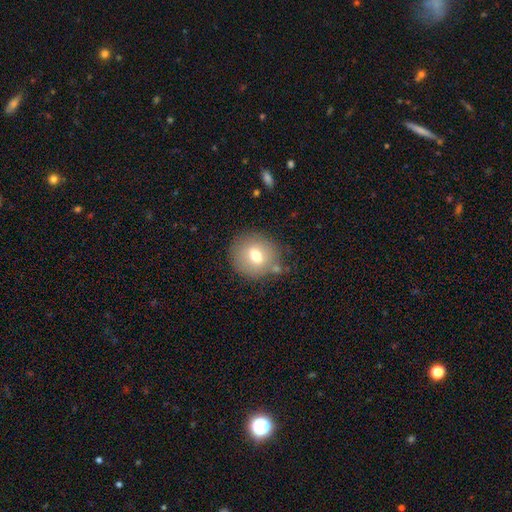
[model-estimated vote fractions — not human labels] smooth_or_featured: smooth (p=0.68) [alt: featured or disk p=0.23]
how_rounded: round (p=0.84) [alt: in between p=0.15]
merging: none (p=0.76) [alt: minor disturbance p=0.14]